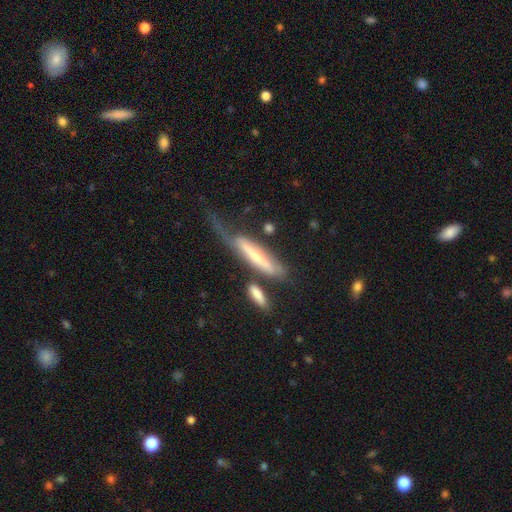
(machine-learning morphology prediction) The model was most divided on "smooth or featured": star or artifact: 44%, featured or disk: 31%, smooth: 26%.